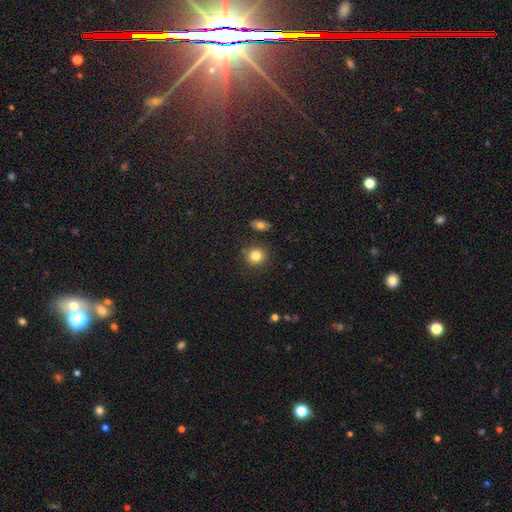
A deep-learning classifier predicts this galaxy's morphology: smooth-or-featured: smooth: 84% | star or artifact: 10% | featured or disk: 6%
  how-rounded: round: 86% | in between: 13% | cigar-shaped: 1%
  merging: none: 85% | minor disturbance: 8% | merger: 4% | major disturbance: 2%